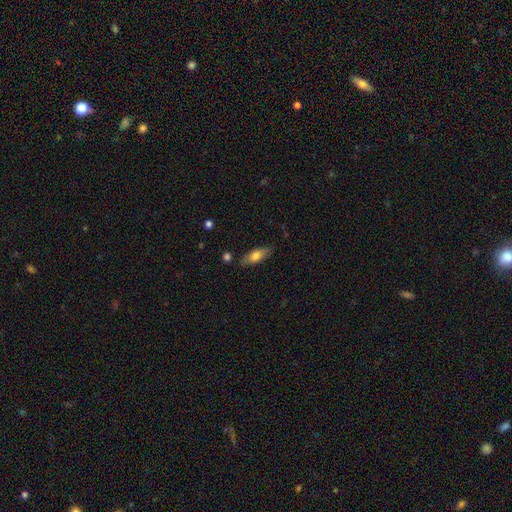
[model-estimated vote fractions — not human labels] This appears to be a smooth galaxy with no disk features (69%) that is in between round and cigar-shaped (66%). Merging: none (82%).